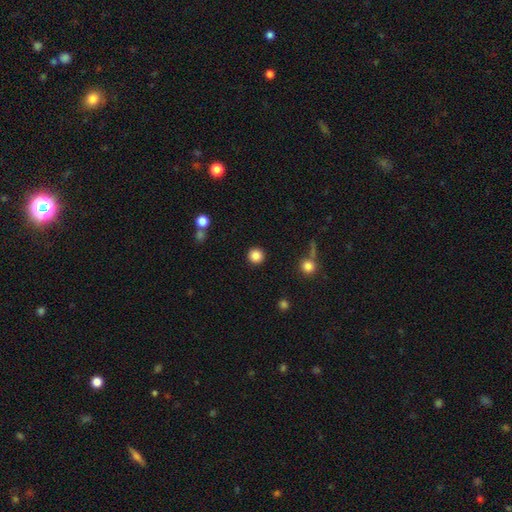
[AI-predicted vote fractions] Morphology: type=smooth (86%); roundness=round (95%); merging=none (91%).